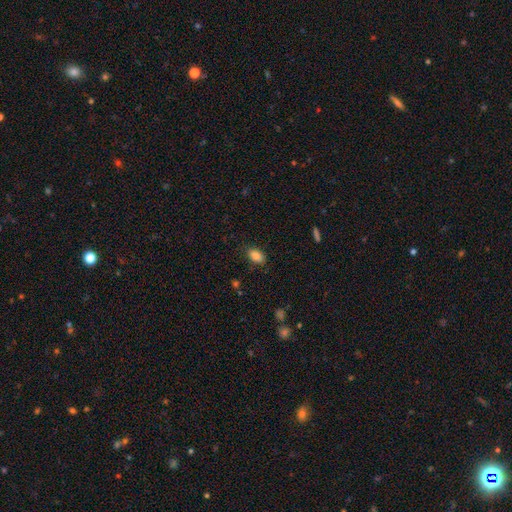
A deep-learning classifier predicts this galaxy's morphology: Overall: smooth (85%). How rounded: in between (90%). Merging: none (83%).